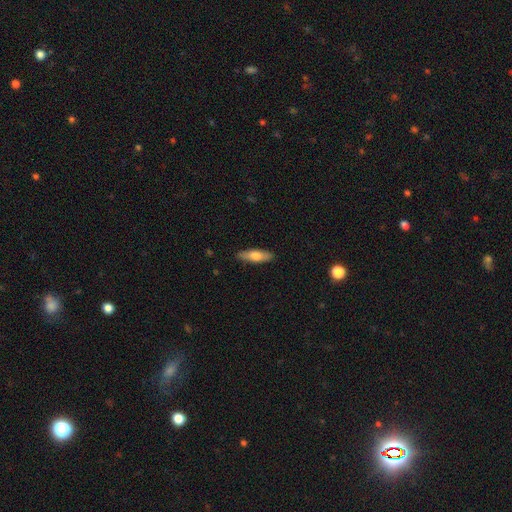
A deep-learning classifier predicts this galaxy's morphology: Smooth or featured?
  - smooth: 66% *
  - featured or disk: 28%
  - star or artifact: 6%
How rounded?
  - cigar-shaped: 59% *
  - in between: 39%
  - round: 2%
Merging?
  - none: 87% *
  - minor disturbance: 10%
  - major disturbance: 2%
  - merger: 1%